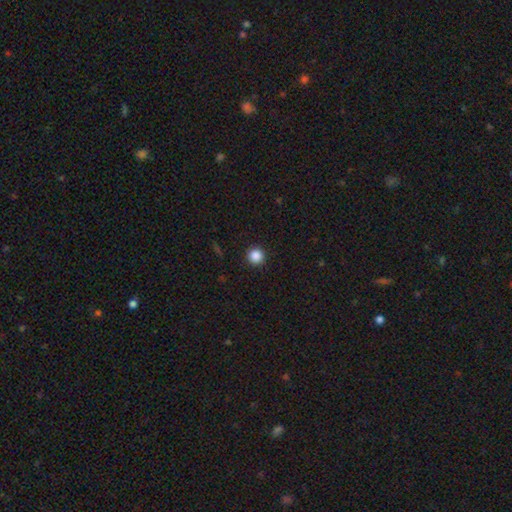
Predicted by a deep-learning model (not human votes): Morphology: type=smooth (87%); roundness=round (96%); merging=none (93%).